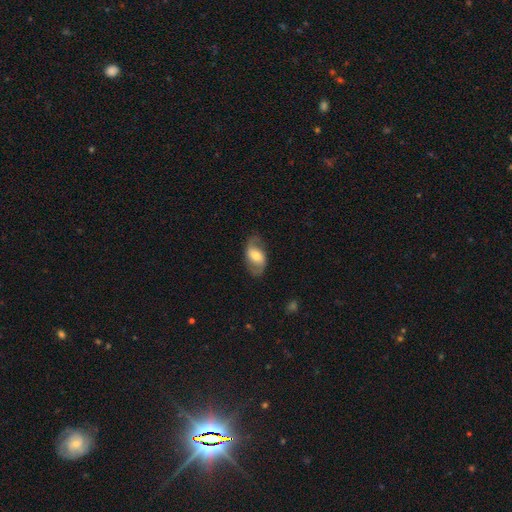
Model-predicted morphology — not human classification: Smooth or featured? featured or disk (60%)
Edge-on disk? no (95%)
Bar? weak (44%)
Spiral arms? yes (81%)
Bulge size? moderate (60%)
Merging? none (73%)